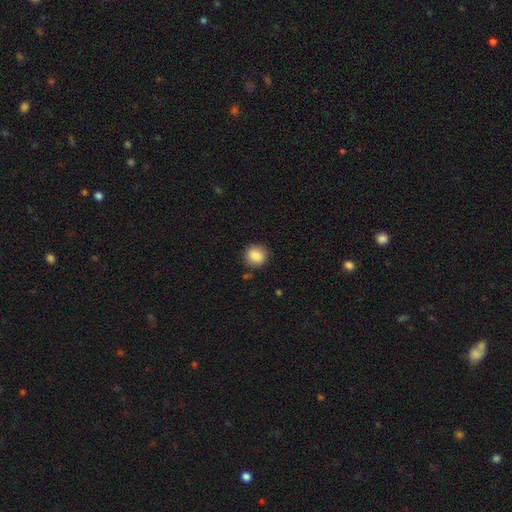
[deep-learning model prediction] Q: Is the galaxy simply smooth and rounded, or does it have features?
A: smooth — 85%.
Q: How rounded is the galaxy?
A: round — 86%.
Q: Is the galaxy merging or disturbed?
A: none — 86%.